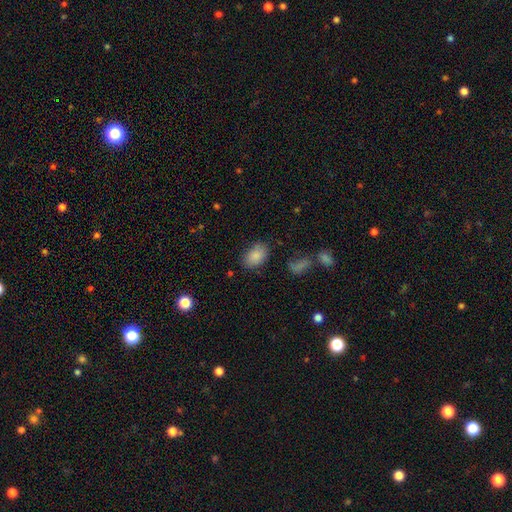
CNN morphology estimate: Smooth or featured?
  - smooth: 86% *
  - star or artifact: 8%
  - featured or disk: 6%
How rounded?
  - in between: 88% *
  - round: 11%
  - cigar-shaped: 1%
Merging?
  - none: 75% *
  - minor disturbance: 17%
  - major disturbance: 5%
  - merger: 3%